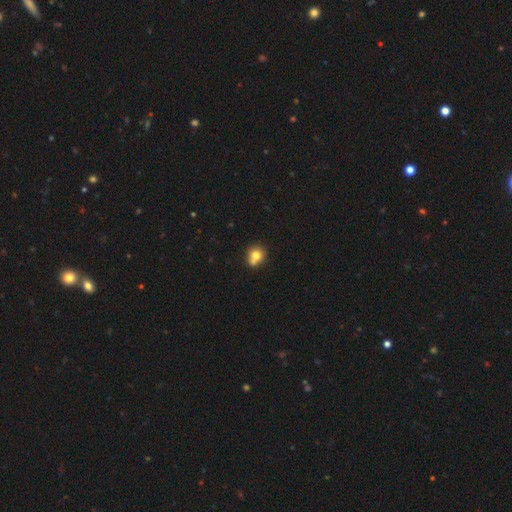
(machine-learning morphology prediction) smooth_or_featured: smooth (p=0.76) [alt: featured or disk p=0.13]
how_rounded: round (p=0.82) [alt: in between p=0.17]
merging: none (p=0.54) [alt: merger p=0.28]